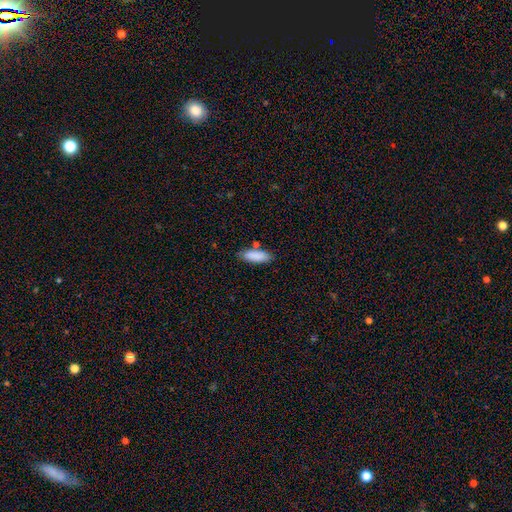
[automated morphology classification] smooth_or_featured: smooth (p=0.88) [alt: star or artifact p=0.06]
how_rounded: in between (p=0.65) [alt: cigar-shaped p=0.33]
merging: none (p=0.76) [alt: minor disturbance p=0.14]